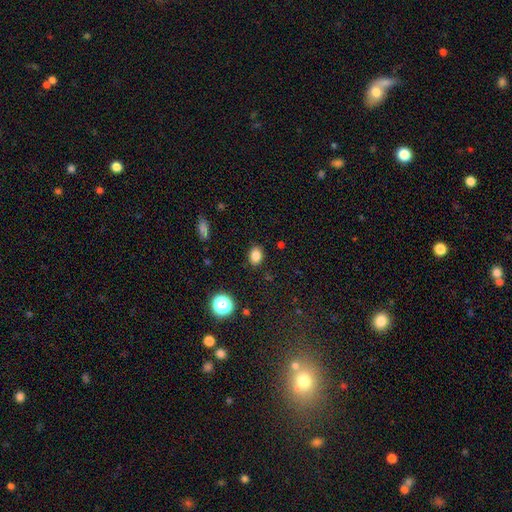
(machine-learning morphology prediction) This appears to be a smooth galaxy with no disk features (83%) that is in between round and cigar-shaped (66%). Merging: none (86%).